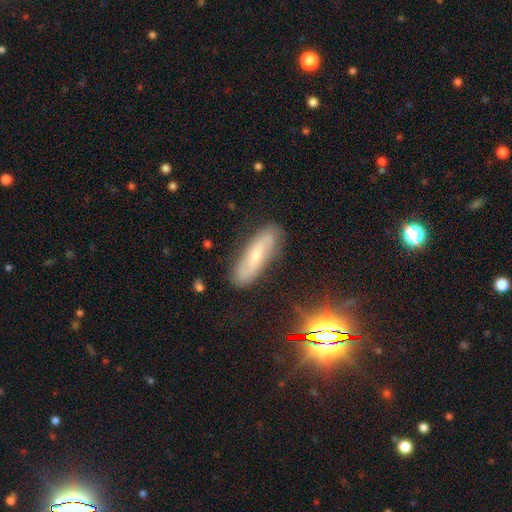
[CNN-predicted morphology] Q: Smooth or featured?
A: featured or disk (57%); runner-up: smooth (30%)
Q: Edge-on disk?
A: no (73%); runner-up: yes (27%)
Q: Merging?
A: none (82%); runner-up: minor disturbance (13%)